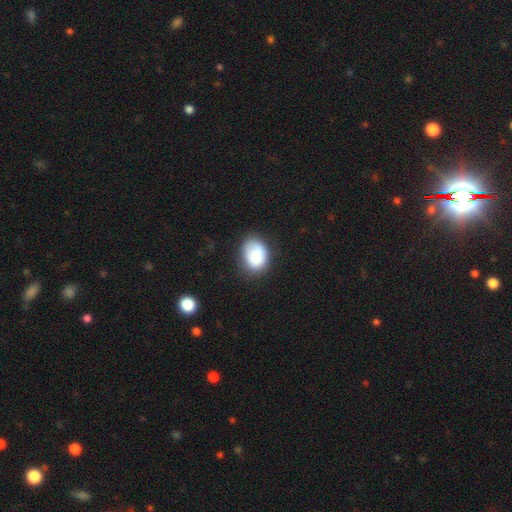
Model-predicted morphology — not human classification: Smooth or featured: smooth — 84% (featured or disk — 8%)
How rounded: in between — 73% (round — 26%)
Merging: none — 72% (minor disturbance — 21%)